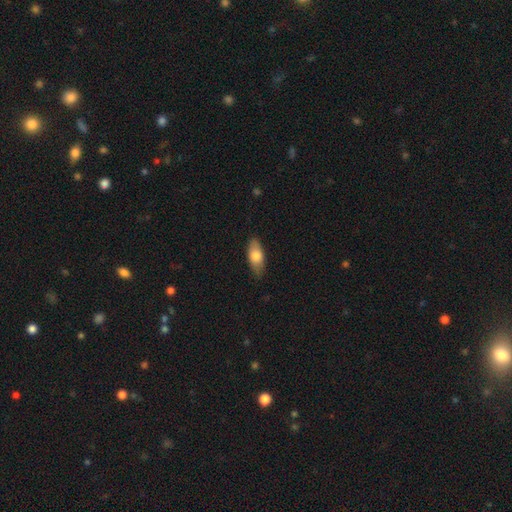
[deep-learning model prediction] Q: Smooth or featured?
A: smooth (74%); runner-up: featured or disk (20%)
Q: How rounded?
A: in between (82%); runner-up: cigar-shaped (15%)
Q: Merging?
A: none (81%); runner-up: minor disturbance (15%)